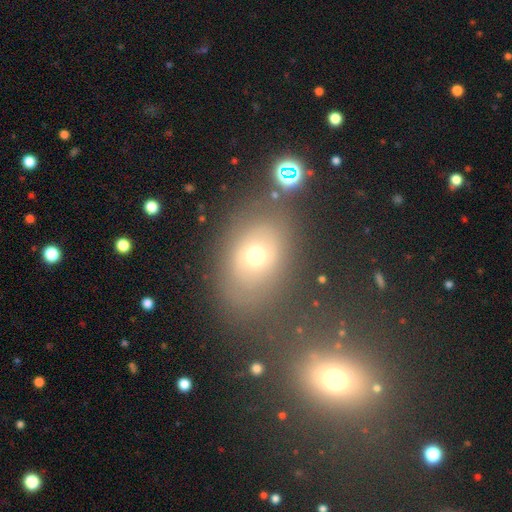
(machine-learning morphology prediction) This appears to be a smooth galaxy with no disk features (53%) that is in between round and cigar-shaped (64%). Merging: none (69%).